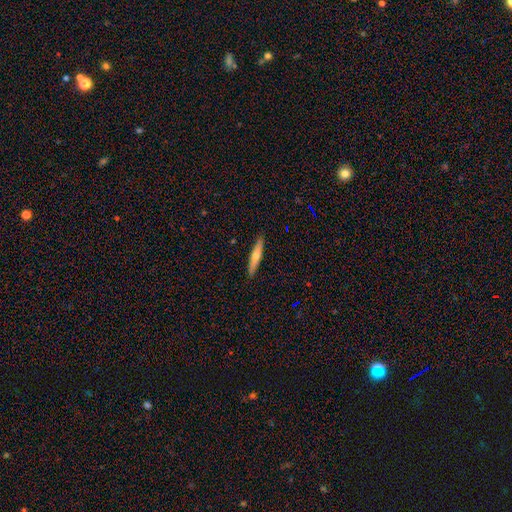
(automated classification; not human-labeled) smooth-or-featured: featured or disk: 51% | smooth: 42% | star or artifact: 6%
  disk-edge-on: yes: 95% | no: 5%
  merging: none: 91% | minor disturbance: 6% | major disturbance: 1% | merger: 1%